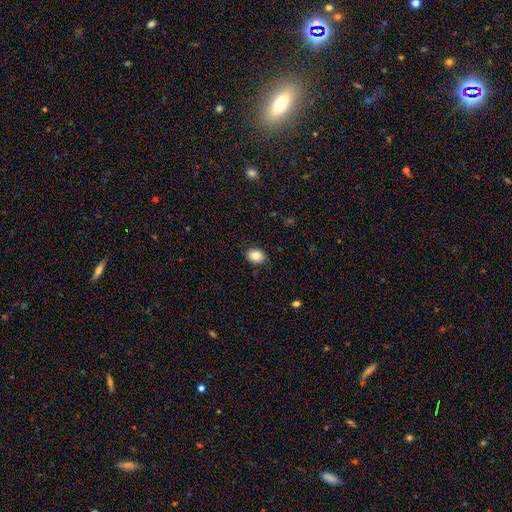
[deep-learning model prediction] smooth-or-featured: smooth: 83% | star or artifact: 9% | featured or disk: 8%
  how-rounded: in between: 58% | round: 41% | cigar-shaped: 1%
  merging: none: 83% | minor disturbance: 13% | major disturbance: 3% | merger: 1%